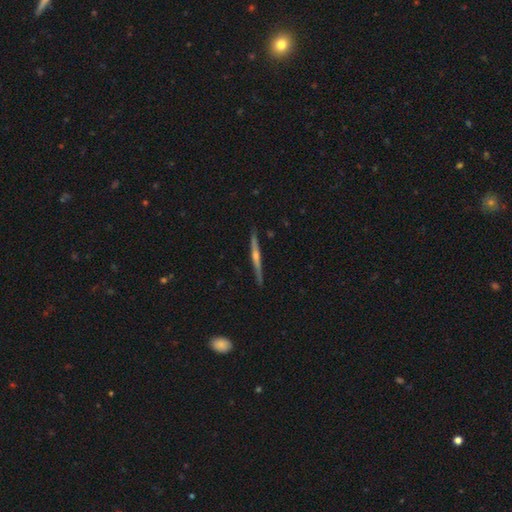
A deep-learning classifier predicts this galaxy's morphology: Smooth or featured: featured or disk — 78% (smooth — 17%)
Edge-on disk: yes — 98% (no — 2%)
Edge-on bulge: rounded — 80% (none — 13%)
Merging: none — 90% (minor disturbance — 7%)